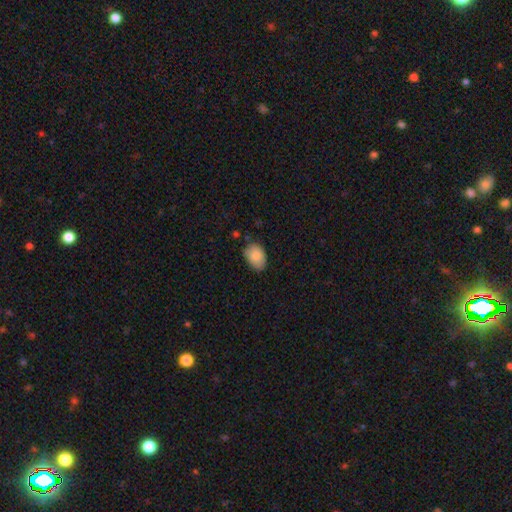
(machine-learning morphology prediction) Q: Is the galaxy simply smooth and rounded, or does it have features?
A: smooth — 85%.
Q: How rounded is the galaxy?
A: in between — 80%.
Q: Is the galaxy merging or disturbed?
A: none — 71%.